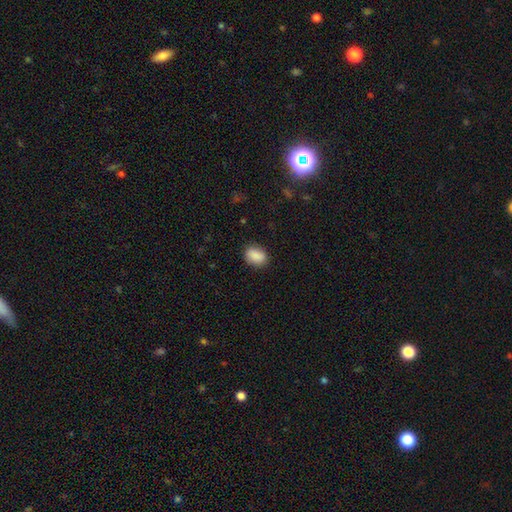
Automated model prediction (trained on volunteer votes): smooth 89%, star or artifact 7%, featured or disk 4%. Down the decision tree: how rounded — in between (75%); merging — none (85%).